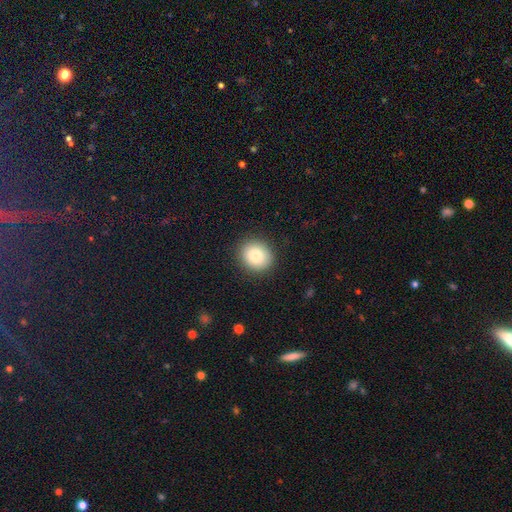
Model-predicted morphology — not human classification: A smooth galaxy with no disk features (84%) that is round (76%). Merging: none (90%).